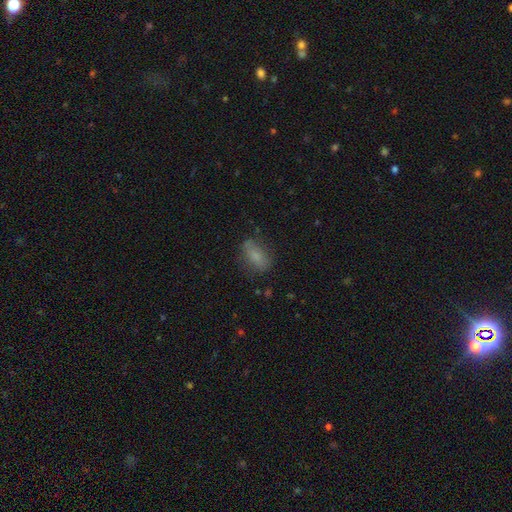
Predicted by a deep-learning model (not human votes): Overall: smooth (75%). How rounded: in between (84%). Merging: none (68%).